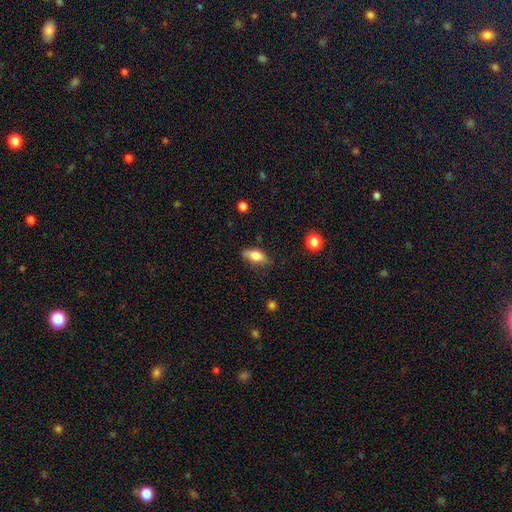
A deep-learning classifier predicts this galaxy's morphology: A smooth galaxy with no disk features (72%) that is in between round and cigar-shaped (79%). Merging: none (75%).